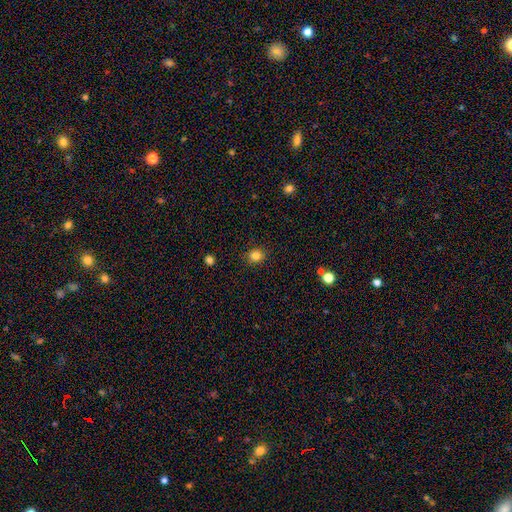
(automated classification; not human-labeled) This is clearly a smooth galaxy (83%). How rounded: clearly round (82%). Merging: clearly none (90%).